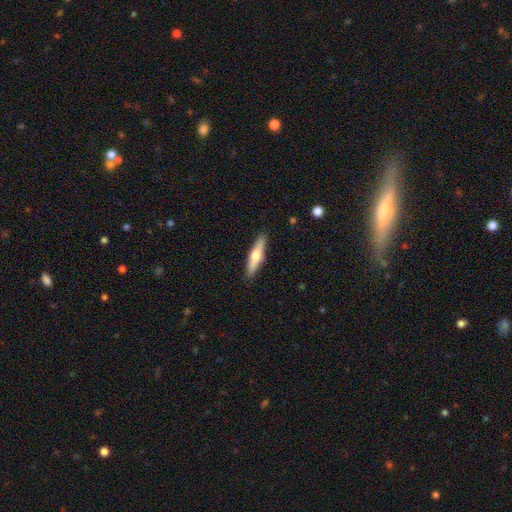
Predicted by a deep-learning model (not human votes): smooth-or-featured: smooth: 51% | featured or disk: 44% | star or artifact: 5%
  how-rounded: cigar-shaped: 80% | in between: 18% | round: 2%
  merging: none: 90% | minor disturbance: 7% | major disturbance: 2% | merger: 1%